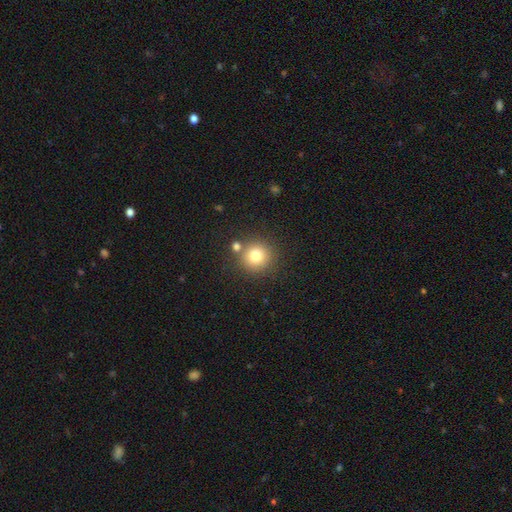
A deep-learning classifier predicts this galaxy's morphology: Smooth or featured? Predicted: smooth (p=0.78). How rounded? Predicted: round (p=0.92). Merging? Predicted: none (p=0.78).